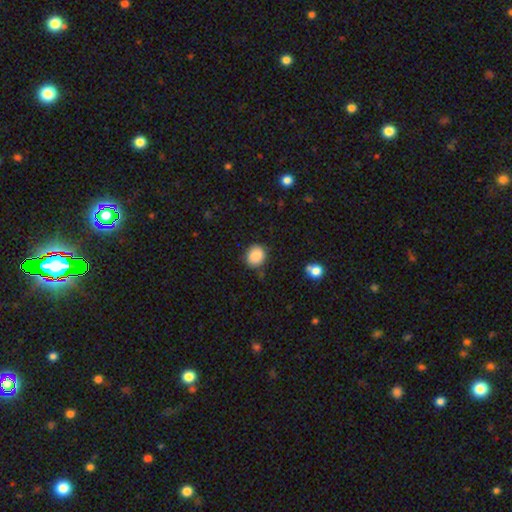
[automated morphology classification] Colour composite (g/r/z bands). It shows a smooth galaxy with no disk features (87%) that is round (69%). Merging: none (82%).